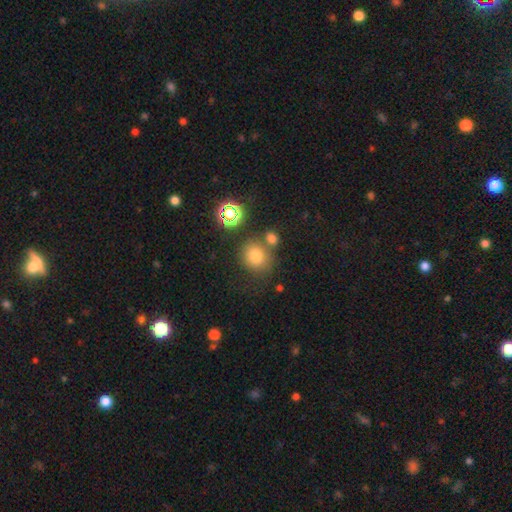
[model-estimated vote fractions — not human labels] Morphology: type=smooth (74%); roundness=round (82%); merging=none (64%).